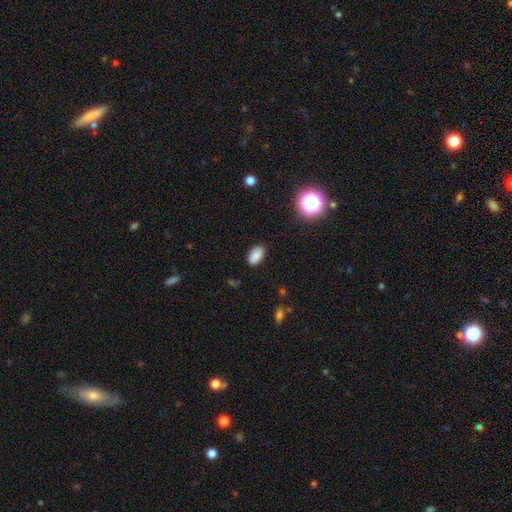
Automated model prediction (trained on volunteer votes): smooth_or_featured: smooth (p=0.84) [alt: star or artifact p=0.11]
how_rounded: in between (p=0.92) [alt: round p=0.07]
merging: none (p=0.85) [alt: minor disturbance p=0.11]